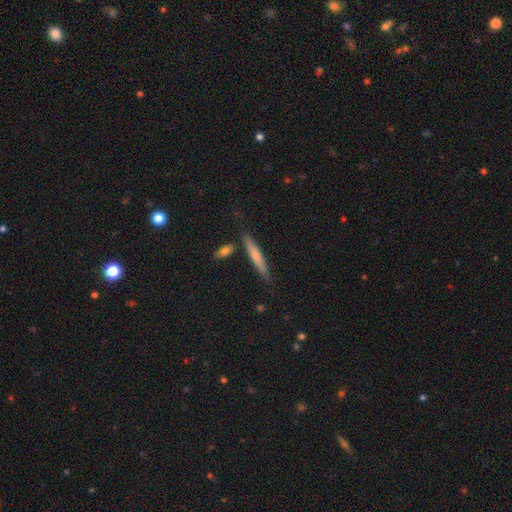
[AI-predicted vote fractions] This is possibly a smooth galaxy (56%). How rounded: clearly cigar-shaped (92%). Merging: likely none (80%).